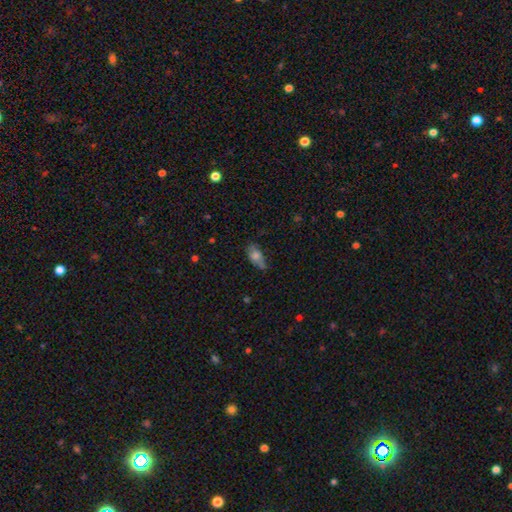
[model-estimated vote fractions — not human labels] smooth-or-featured: smooth: 67% | featured or disk: 23% | star or artifact: 10%
  how-rounded: in between: 83% | cigar-shaped: 12% | round: 4%
  merging: none: 63% | minor disturbance: 28% | major disturbance: 7% | merger: 3%